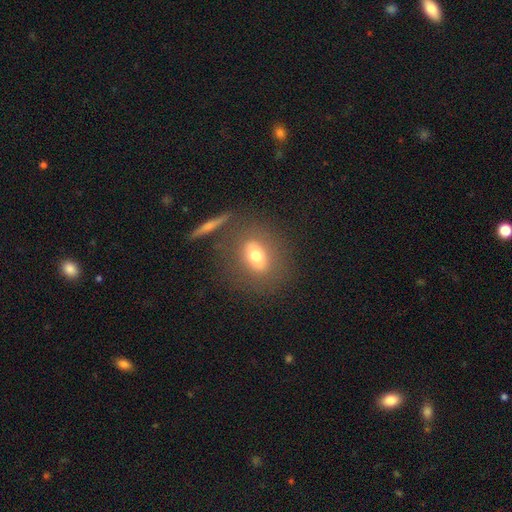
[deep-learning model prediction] This appears to be a smooth galaxy with no disk features (64%) that is in between round and cigar-shaped (61%). Merging: none (72%).